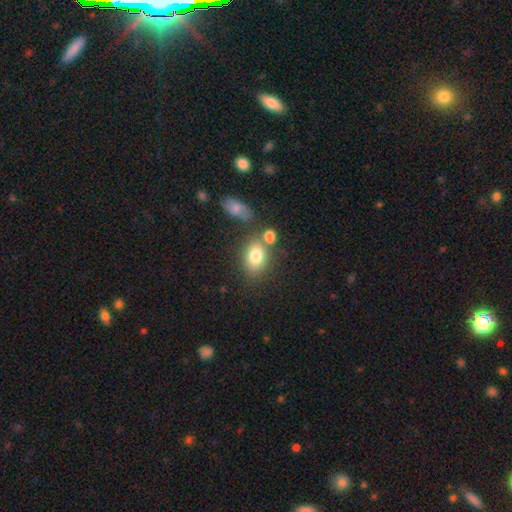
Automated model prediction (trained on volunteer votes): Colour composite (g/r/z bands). It shows a smooth galaxy with no disk features (78%) that is in between round and cigar-shaped (74%). Merging: none (58%).